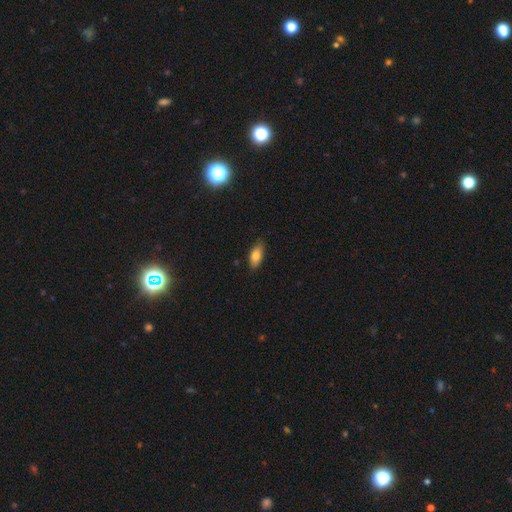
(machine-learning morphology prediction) type=smooth (80%); roundness=in between (85%); merging=none (82%).